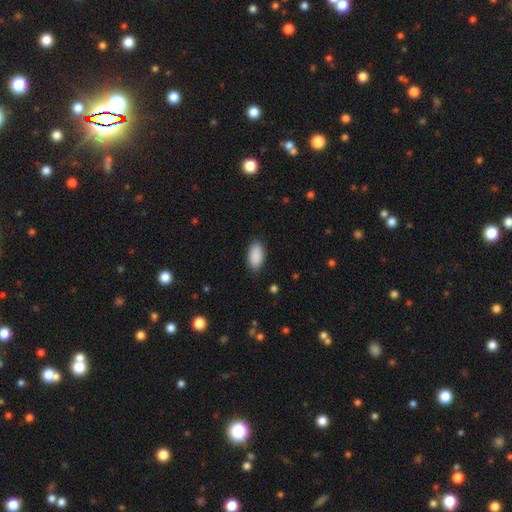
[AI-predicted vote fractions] The model was most divided on "merging": none: 87%, minor disturbance: 10%, major disturbance: 2%, merger: 1%. More confident: how rounded — in between (94%); smooth or featured — smooth (91%).